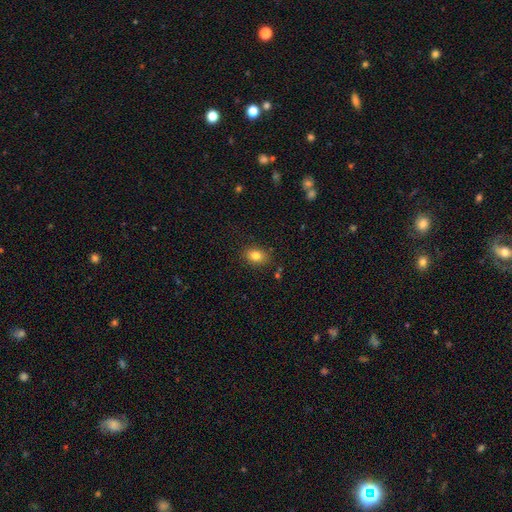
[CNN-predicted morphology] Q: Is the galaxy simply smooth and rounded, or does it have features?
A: smooth — 82%.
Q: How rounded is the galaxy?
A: in between — 71%.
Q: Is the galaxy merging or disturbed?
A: none — 84%.